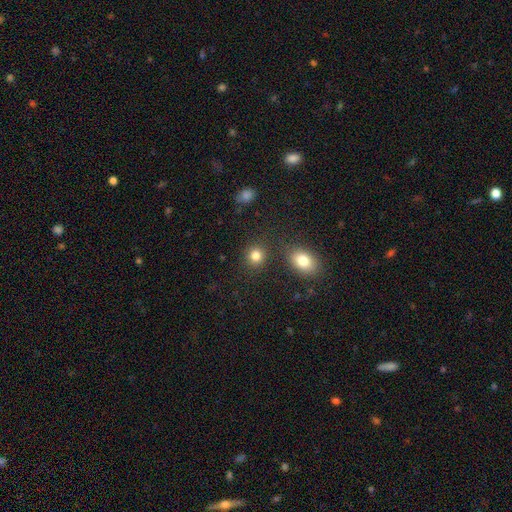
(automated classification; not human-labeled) smooth-or-featured: smooth: 84% | star or artifact: 11% | featured or disk: 5%
  how-rounded: round: 83% | in between: 16% | cigar-shaped: 1%
  merging: none: 84% | minor disturbance: 7% | merger: 6% | major disturbance: 3%